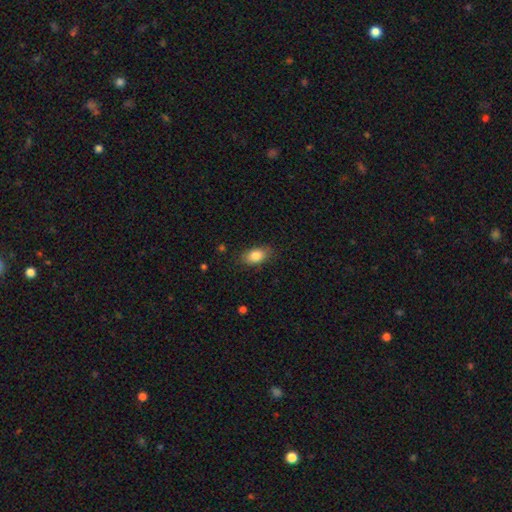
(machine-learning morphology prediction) Overall: smooth (84%). How rounded: in between (86%). Merging: none (80%).